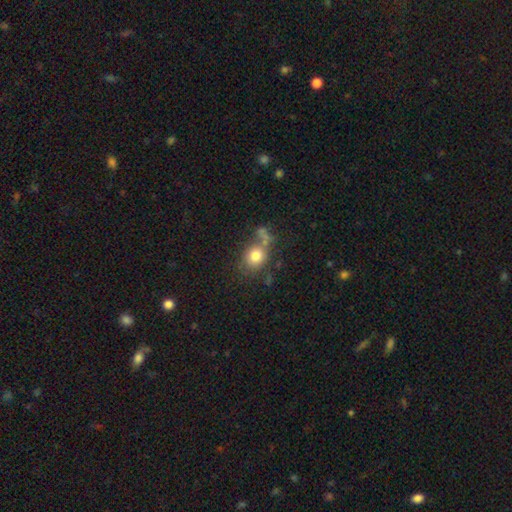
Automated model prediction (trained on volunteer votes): Q: Smooth or featured?
A: smooth (78%); runner-up: featured or disk (11%)
Q: How rounded?
A: round (66%); runner-up: in between (33%)
Q: Merging?
A: none (53%); runner-up: merger (19%)